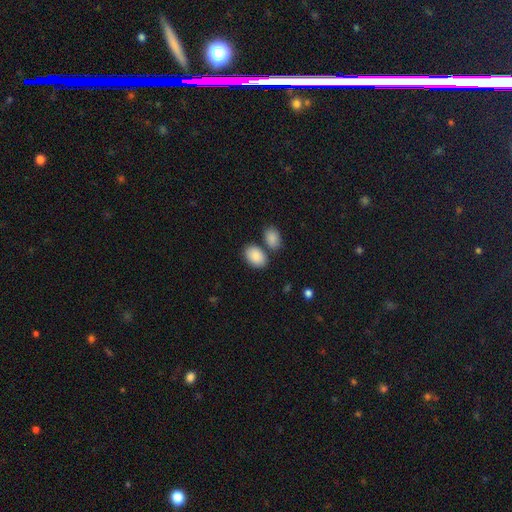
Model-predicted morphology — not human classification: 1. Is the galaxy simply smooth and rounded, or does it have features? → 88% smooth, 6% star or artifact, 6% featured or disk.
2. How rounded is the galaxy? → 89% in between, 10% round, 1% cigar-shaped.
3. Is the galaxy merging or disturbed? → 66% none, 18% merger, 12% minor disturbance, 3% major disturbance.